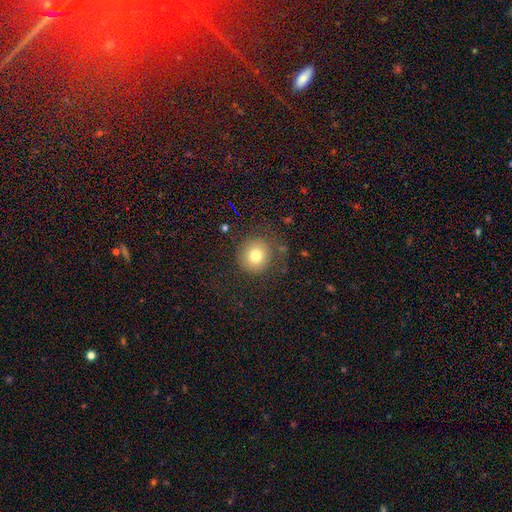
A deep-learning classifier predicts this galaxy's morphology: smooth_or_featured: smooth (p=0.76) [alt: star or artifact p=0.12]
how_rounded: round (p=0.93) [alt: in between p=0.06]
merging: none (p=0.81) [alt: minor disturbance p=0.11]